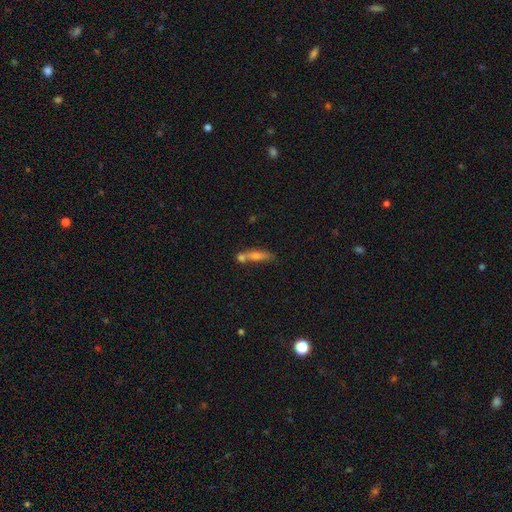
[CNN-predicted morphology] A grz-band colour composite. It shows a smooth galaxy with no disk features (54%) that is cigar-shaped (74%). Merging: none (49%).